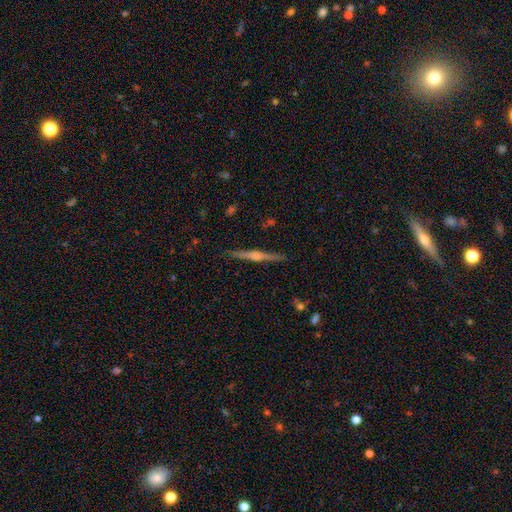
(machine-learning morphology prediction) smooth-or-featured: featured or disk: 75% | smooth: 19% | star or artifact: 6%
  disk-edge-on: yes: 98% | no: 2%
    edge-on-bulge: rounded: 77% | boxy: 13% | none: 10%
  merging: none: 91% | minor disturbance: 6% | major disturbance: 1% | merger: 1%